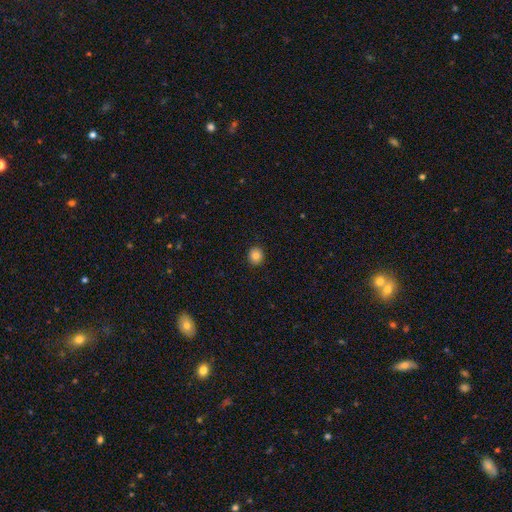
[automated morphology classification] Q: Smooth or featured?
A: smooth (83%); runner-up: star or artifact (11%)
Q: How rounded?
A: round (88%); runner-up: in between (12%)
Q: Merging?
A: none (91%); runner-up: minor disturbance (6%)